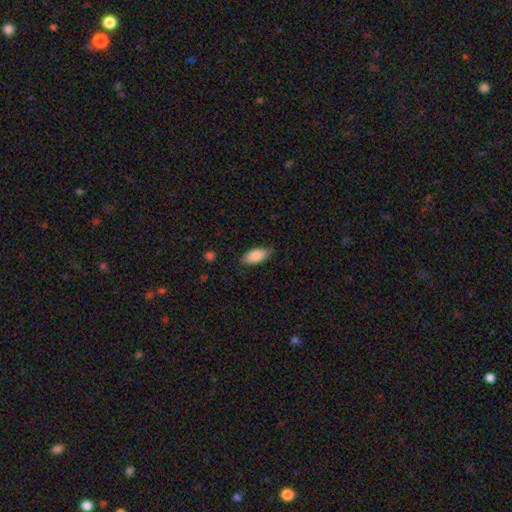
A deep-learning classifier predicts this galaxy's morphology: Smooth or featured? Predicted: smooth (p=0.87). How rounded? Predicted: in between (p=0.89). Merging? Predicted: none (p=0.81).